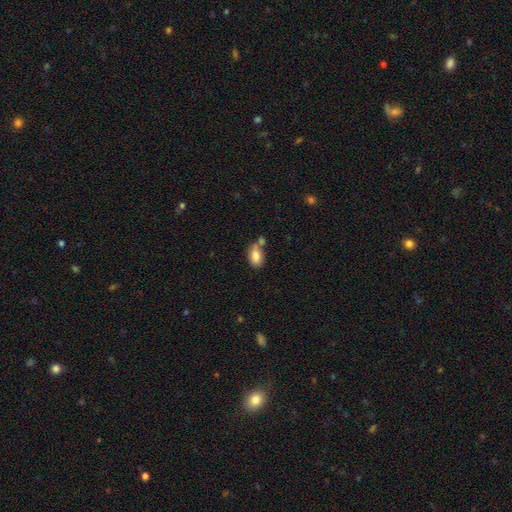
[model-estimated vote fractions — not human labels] Q: Smooth or featured?
A: smooth (82%); runner-up: featured or disk (10%)
Q: How rounded?
A: in between (88%); runner-up: round (10%)
Q: Merging?
A: none (48%); runner-up: merger (30%)